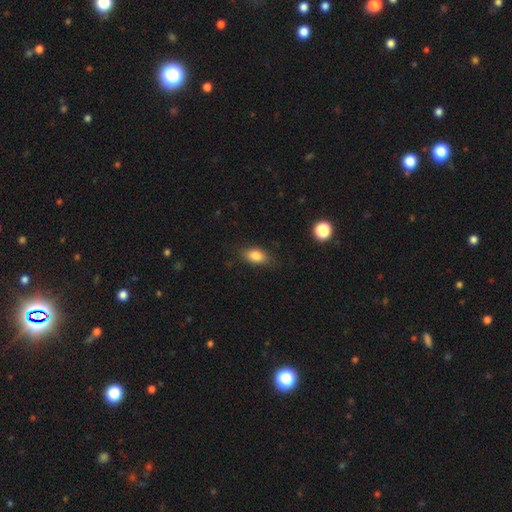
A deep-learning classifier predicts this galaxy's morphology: A smooth galaxy with no disk features (83%) that is in between round and cigar-shaped (85%). Merging: none (80%).